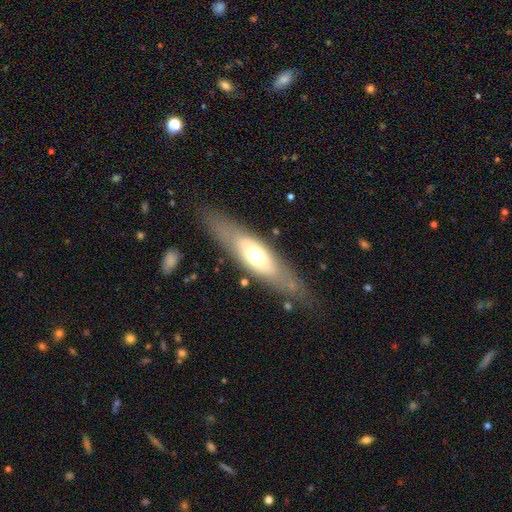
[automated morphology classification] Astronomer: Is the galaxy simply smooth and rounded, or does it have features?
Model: featured or disk — 47% (runner-up: smooth, 46%).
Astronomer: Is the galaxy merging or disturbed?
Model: none — 77%.